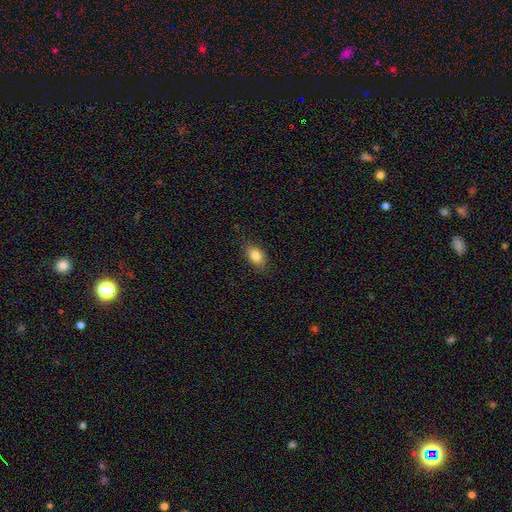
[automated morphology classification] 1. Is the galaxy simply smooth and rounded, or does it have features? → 82% smooth, 10% featured or disk, 8% star or artifact.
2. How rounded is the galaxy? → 85% in between, 12% round, 3% cigar-shaped.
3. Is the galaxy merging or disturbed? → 83% none, 13% minor disturbance, 3% major disturbance, 1% merger.